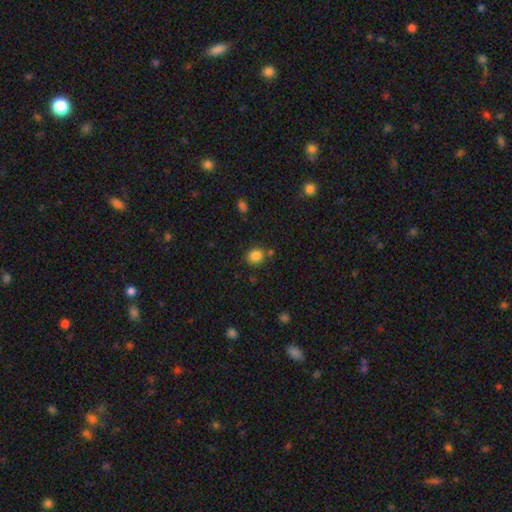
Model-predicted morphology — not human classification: Overall: smooth (84%). How rounded: round (80%). Merging: none (78%).